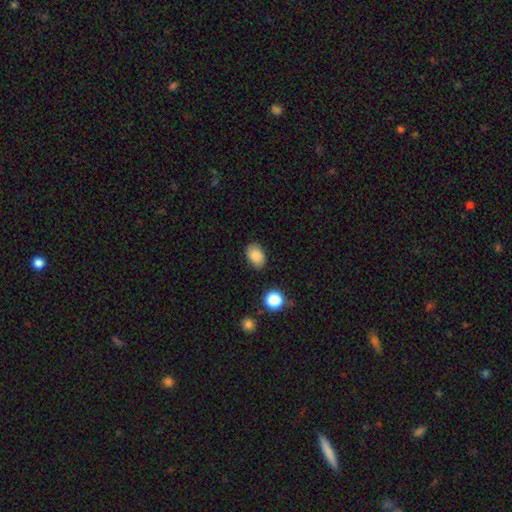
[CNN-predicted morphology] A smooth galaxy with no disk features (87%) that is in between round and cigar-shaped (84%).

Vote fractions:
- Smooth or featured? smooth: 87% / star or artifact: 9% / featured or disk: 5%
- How rounded? in between: 84% / round: 15% / cigar-shaped: 1%
- Merging? none: 84% / minor disturbance: 11% / major disturbance: 3% / merger: 2%